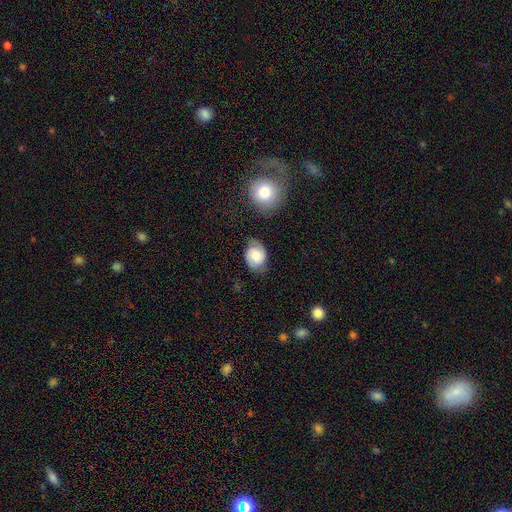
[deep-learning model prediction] Q: Smooth or featured?
A: smooth (55%); runner-up: featured or disk (36%)
Q: How rounded?
A: in between (57%); runner-up: round (42%)
Q: Merging?
A: none (66%); runner-up: minor disturbance (24%)